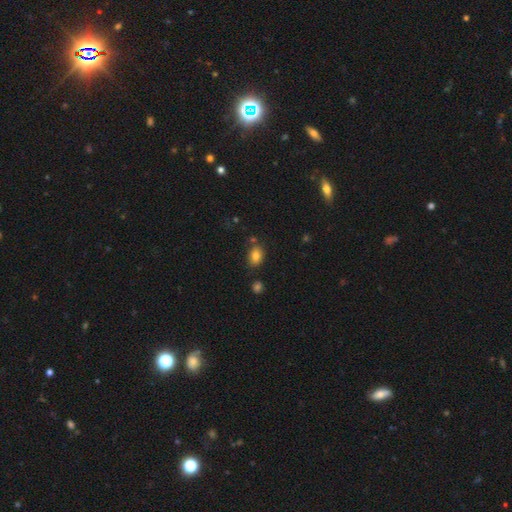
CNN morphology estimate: smooth-or-featured: smooth: 81% | star or artifact: 11% | featured or disk: 8%
  how-rounded: in between: 73% | round: 26% | cigar-shaped: 1%
  merging: none: 75% | minor disturbance: 14% | merger: 8% | major disturbance: 3%